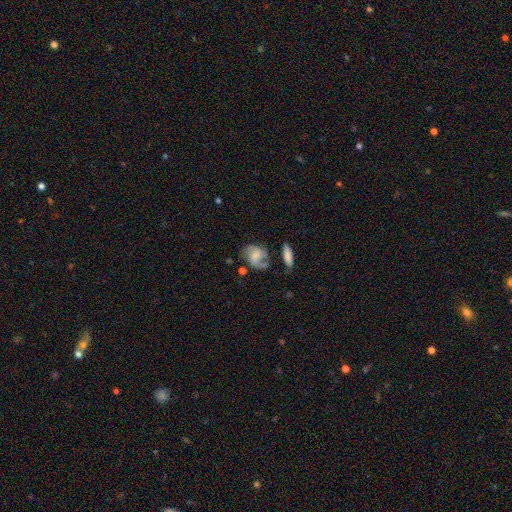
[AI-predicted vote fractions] Smooth or featured? Predicted: featured or disk (p=0.64). Edge-on disk? Predicted: no (p=0.97). Bar? Predicted: no (p=0.57). Spiral arms? Predicted: yes (p=0.90). Spiral winding? Predicted: medium (p=0.47). Spiral arm count? Predicted: 2 (p=0.79). Bulge size? Predicted: small (p=0.35). Merging? Predicted: none (p=0.52).